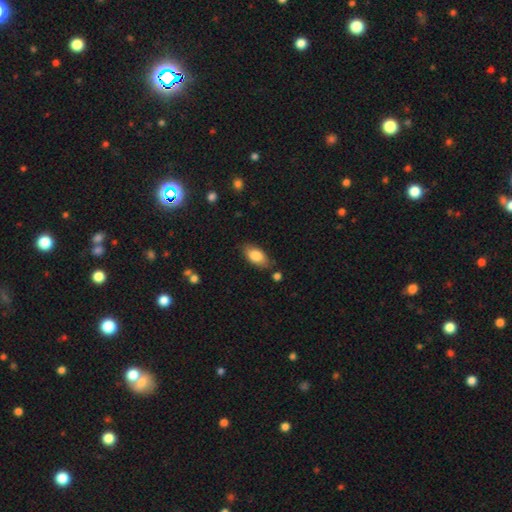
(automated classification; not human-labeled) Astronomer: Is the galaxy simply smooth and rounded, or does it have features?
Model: smooth — 82%.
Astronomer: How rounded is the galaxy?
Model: in between — 90%.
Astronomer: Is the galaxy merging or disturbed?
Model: none — 77%.